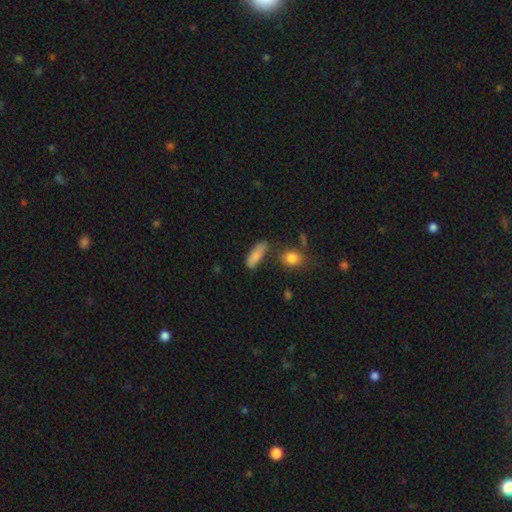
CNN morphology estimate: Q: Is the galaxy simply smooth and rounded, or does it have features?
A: smooth — 82%.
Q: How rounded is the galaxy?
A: in between — 64%.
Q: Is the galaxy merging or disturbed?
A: none — 61%.